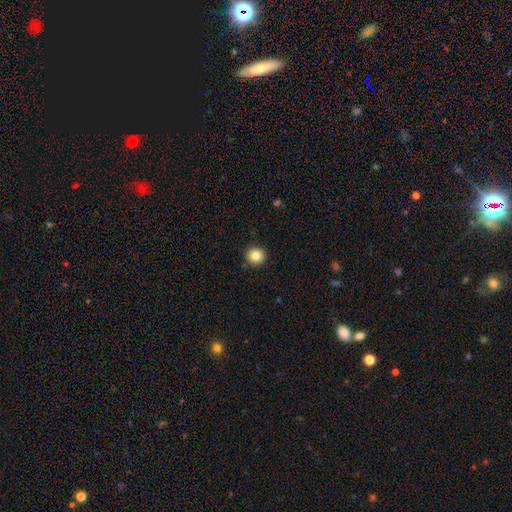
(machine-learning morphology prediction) Smooth or featured? Predicted: smooth (p=0.83). How rounded? Predicted: round (p=0.92). Merging? Predicted: none (p=0.92).